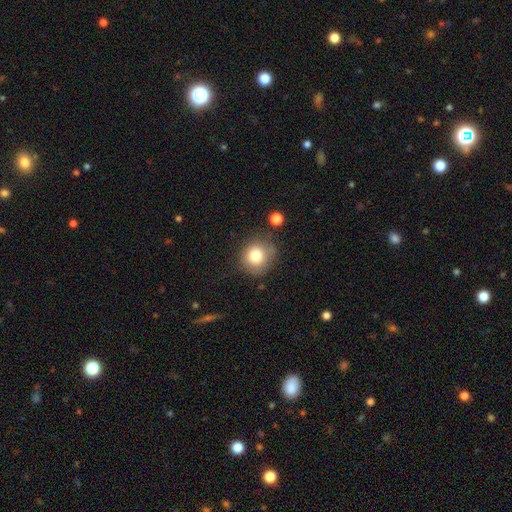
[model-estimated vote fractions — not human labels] smooth 79%, star or artifact 11%, featured or disk 10%. Down the decision tree: how rounded — round (87%); merging — none (72%).